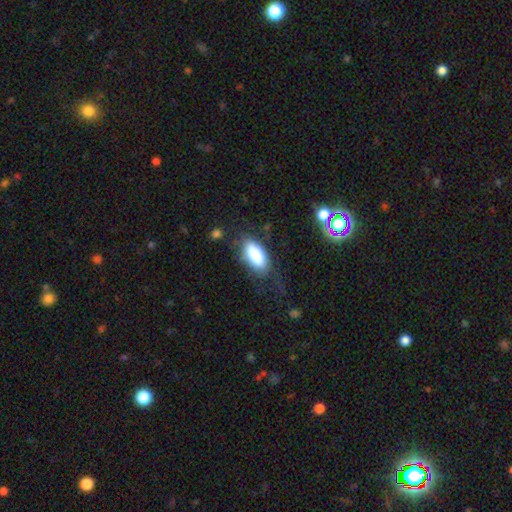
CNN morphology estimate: Overall: smooth (84%). How rounded: in between (91%). Merging: none (64%).